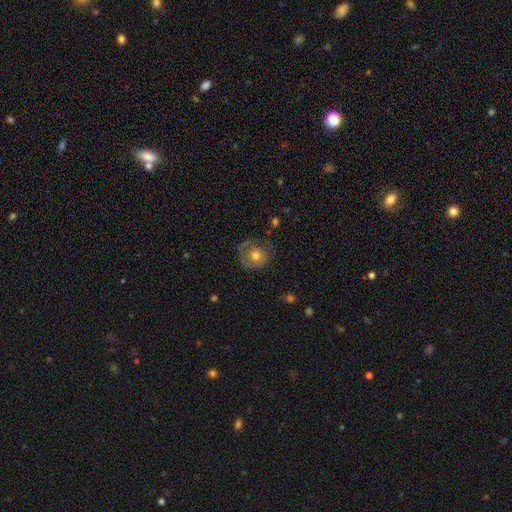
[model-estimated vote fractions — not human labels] Q: Smooth or featured?
A: smooth (57%); runner-up: featured or disk (35%)
Q: How rounded?
A: round (85%); runner-up: in between (14%)
Q: Merging?
A: none (56%); runner-up: minor disturbance (24%)